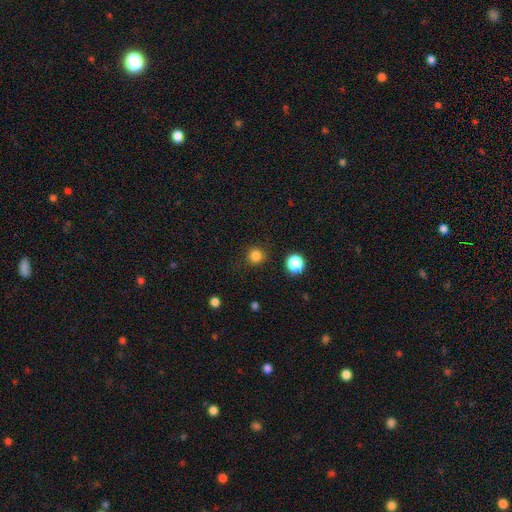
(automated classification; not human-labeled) Smooth or featured: smooth — 83% (star or artifact — 14%)
How rounded: round — 93% (in between — 6%)
Merging: none — 87% (minor disturbance — 8%)